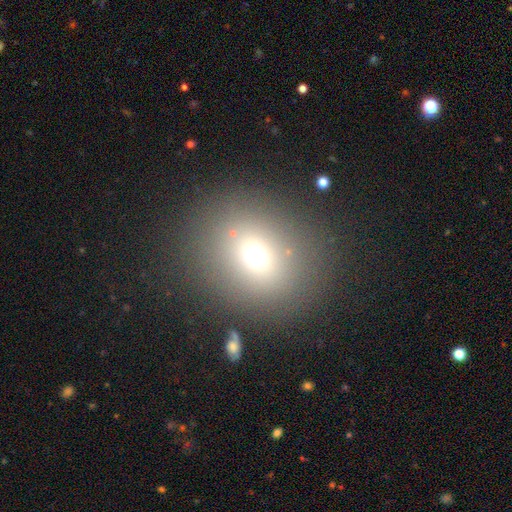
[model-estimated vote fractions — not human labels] A smooth galaxy with no disk features (68%) that is round (73%).

Vote fractions:
- Smooth or featured? smooth: 68% / star or artifact: 21% / featured or disk: 11%
- How rounded? round: 73% / in between: 26% / cigar-shaped: 1%
- Merging? none: 83% / minor disturbance: 8% / major disturbance: 5% / merger: 4%